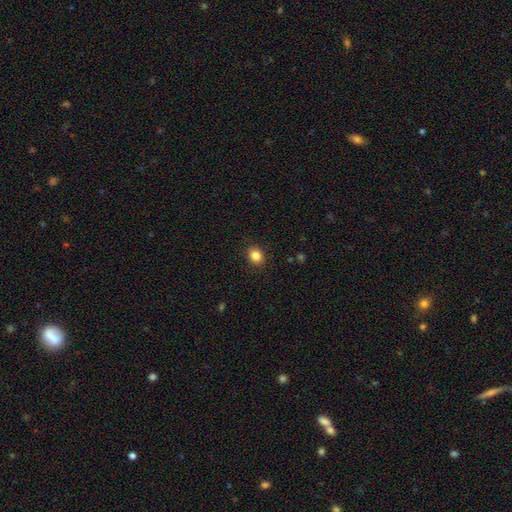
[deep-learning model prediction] Q: Smooth or featured?
A: smooth (85%); runner-up: star or artifact (11%)
Q: How rounded?
A: round (62%); runner-up: in between (37%)
Q: Merging?
A: none (90%); runner-up: minor disturbance (7%)